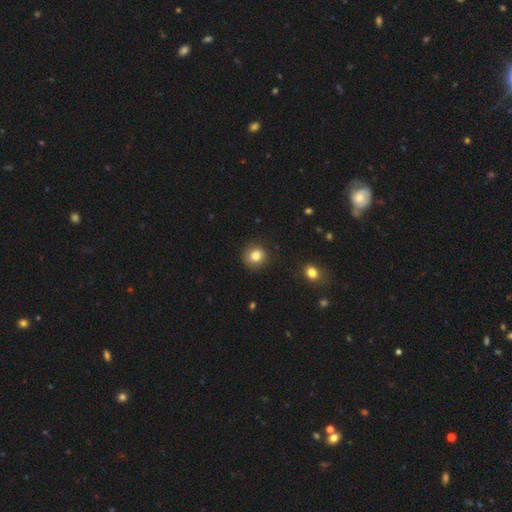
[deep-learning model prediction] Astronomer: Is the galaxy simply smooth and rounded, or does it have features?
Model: smooth — 83%.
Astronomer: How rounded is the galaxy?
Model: round — 84%.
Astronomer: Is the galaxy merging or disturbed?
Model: none — 85%.